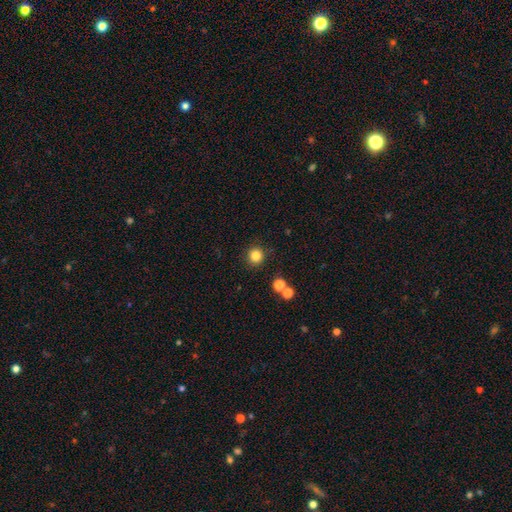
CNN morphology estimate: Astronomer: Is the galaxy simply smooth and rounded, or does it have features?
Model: smooth — 83%.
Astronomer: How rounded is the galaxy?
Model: round — 93%.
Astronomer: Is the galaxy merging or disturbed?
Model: none — 88%.